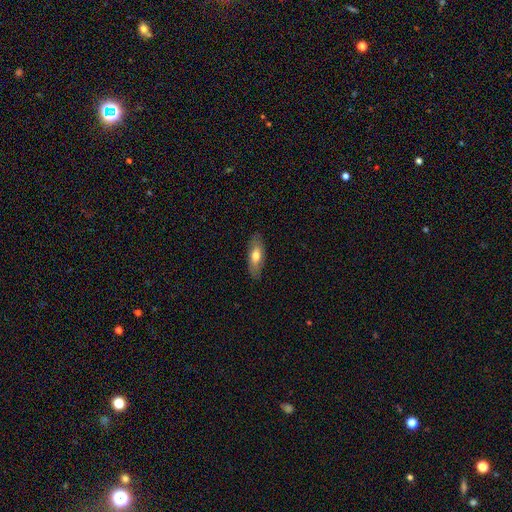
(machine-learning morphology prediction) Smooth or featured? Predicted: smooth (p=0.66). How rounded? Predicted: in between (p=0.71). Merging? Predicted: none (p=0.84).